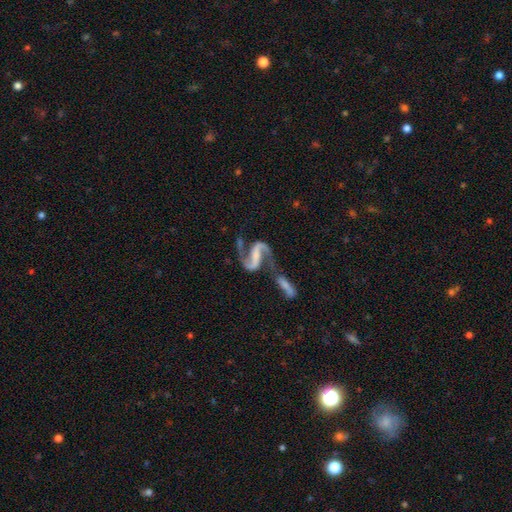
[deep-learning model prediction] Morphology: type=featured or disk (91%); edge-on=no (97%); bar=strong (46%); spiral arms=yes (97%); winding=loose (52%); arm count=2 (93%); bulge=none (46%); merging=none (42%).